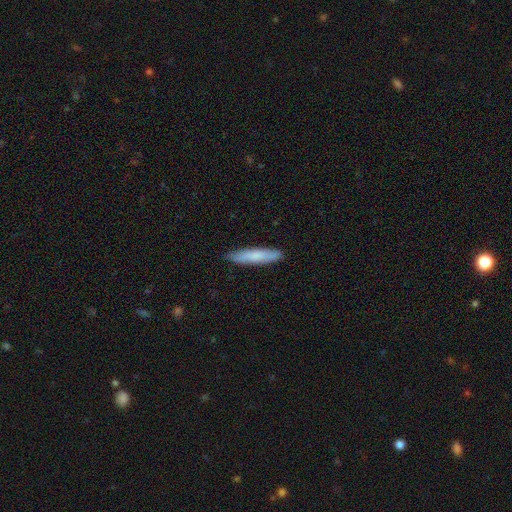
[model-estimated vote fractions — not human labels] A smooth galaxy with no disk features (76%) that is cigar-shaped (89%). Merging: none (88%).